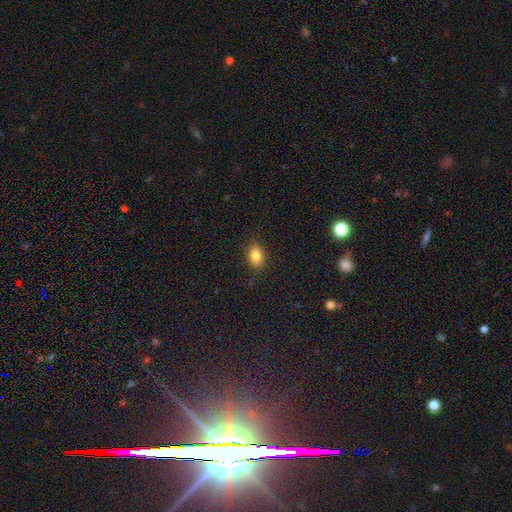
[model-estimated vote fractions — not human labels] This appears to be a smooth galaxy with no disk features (82%) that is in between round and cigar-shaped (78%). Merging: none (86%).